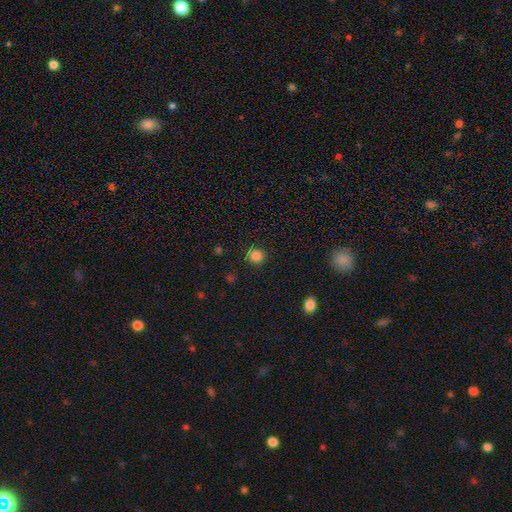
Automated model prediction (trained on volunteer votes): Smooth or featured?
  - smooth: 84% *
  - star or artifact: 13%
  - featured or disk: 4%
How rounded?
  - round: 92% *
  - in between: 7%
  - cigar-shaped: 1%
Merging?
  - none: 89% *
  - minor disturbance: 8%
  - major disturbance: 2%
  - merger: 1%